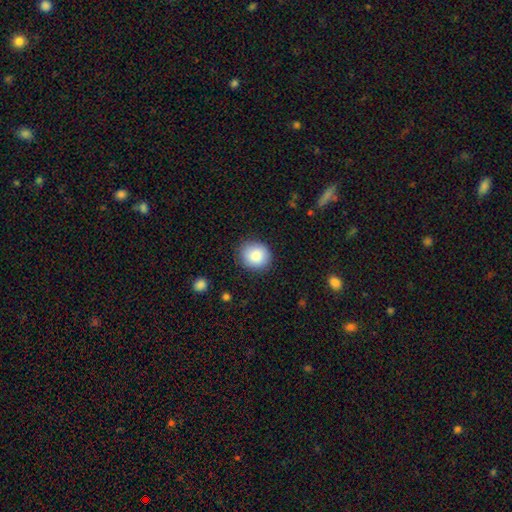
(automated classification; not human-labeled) Smooth or featured? Predicted: smooth (p=0.86). How rounded? Predicted: round (p=0.79). Merging? Predicted: none (p=0.87).